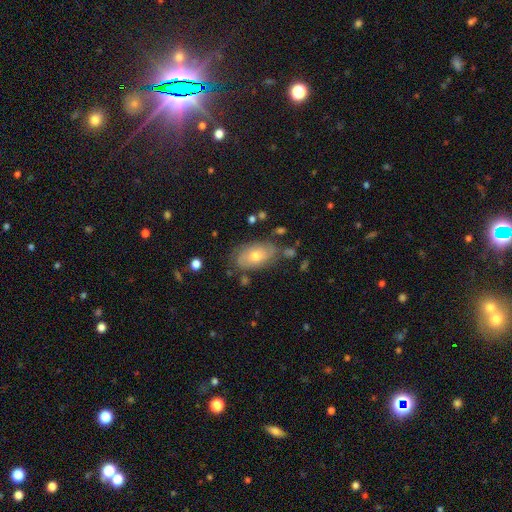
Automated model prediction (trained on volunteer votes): Smooth or featured? featured or disk (53%)
Edge-on disk? no (92%)
Merging? none (69%)